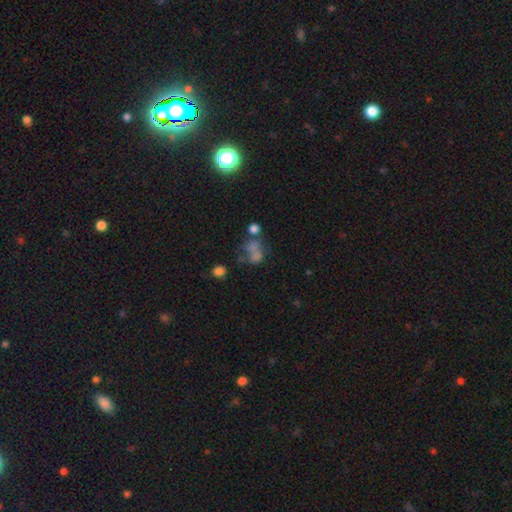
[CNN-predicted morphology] smooth_or_featured: smooth (p=0.48) [alt: featured or disk p=0.28]
merging: merger (p=0.34) [alt: none p=0.30]